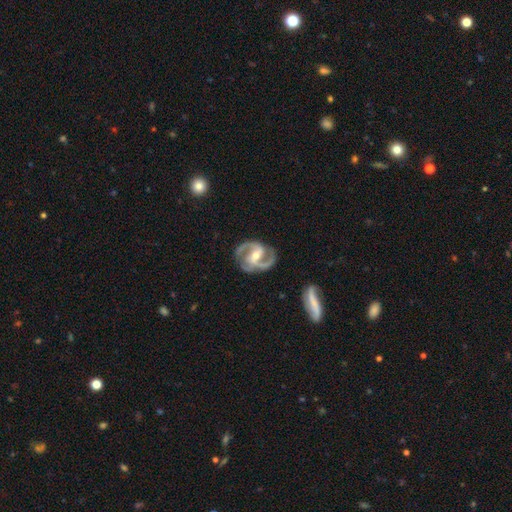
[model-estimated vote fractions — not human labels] smooth-or-featured: featured or disk: 92% | smooth: 4% | star or artifact: 4%
  disk-edge-on: no: 98% | yes: 2%
    bar: weak: 40% | strong: 39% | no: 21%
    has-spiral-arms: yes: 98% | no: 2%
      spiral-winding: medium: 61% | tight: 24% | loose: 15%
      spiral-arm-count: 2: 83% | 3: 10% | can't tell: 3% | 1: 2% | 4: 2% | more than 4: 2%
    bulge-size: moderate: 54% | small: 42% | large: 2% | none: 1% | dominant: 1%
  merging: none: 78% | minor disturbance: 15% | major disturbance: 6% | merger: 2%